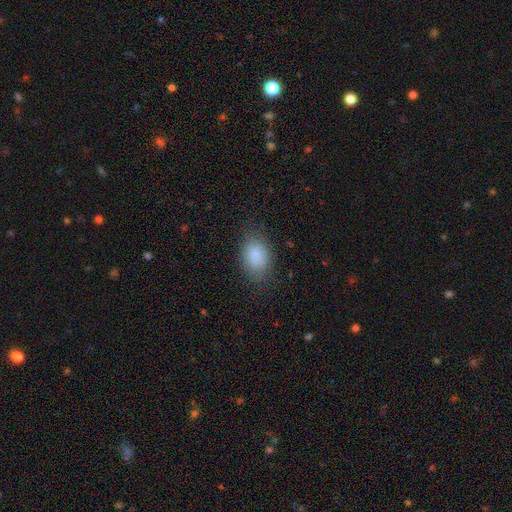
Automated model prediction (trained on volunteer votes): Morphology: type=smooth (86%); roundness=in between (78%); merging=none (79%).